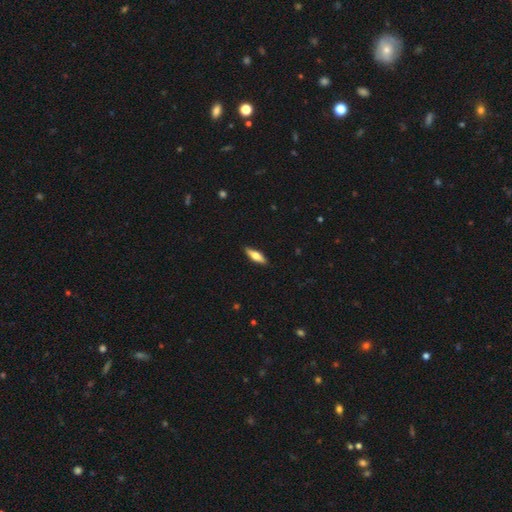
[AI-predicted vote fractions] The model was most divided on "how rounded": cigar-shaped: 51%, in between: 47%, round: 2%. More confident: merging — none (89%); smooth or featured — smooth (57%).